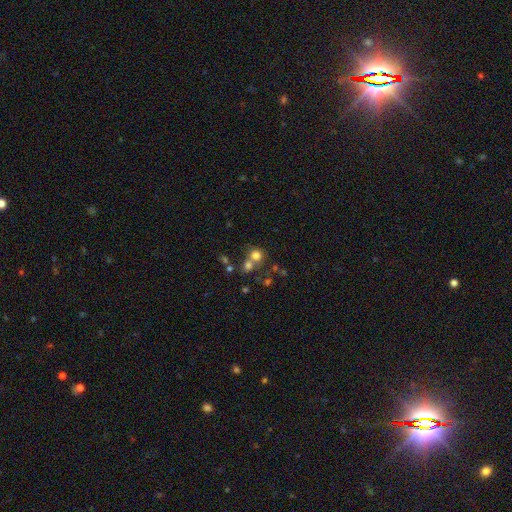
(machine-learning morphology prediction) Smooth or featured?
  - smooth: 73% *
  - star or artifact: 15%
  - featured or disk: 12%
How rounded?
  - round: 81% *
  - in between: 18%
  - cigar-shaped: 1%
Merging?
  - none: 44% * (tied)
  - merger: 44% * (tied)
  - minor disturbance: 7%
  - major disturbance: 4%